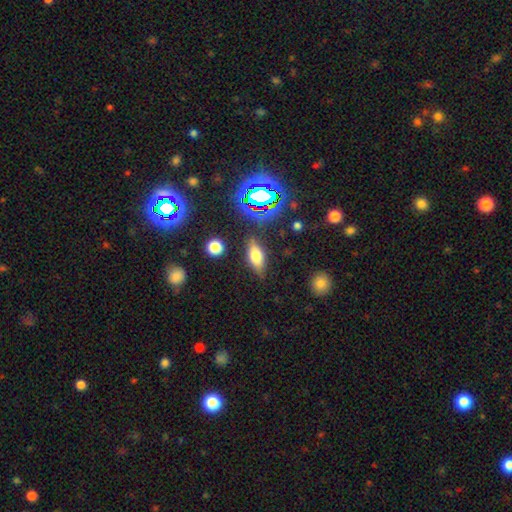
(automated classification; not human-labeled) Smooth or featured? Predicted: smooth (p=0.61). How rounded? Predicted: in between (p=0.73). Merging? Predicted: none (p=0.80).